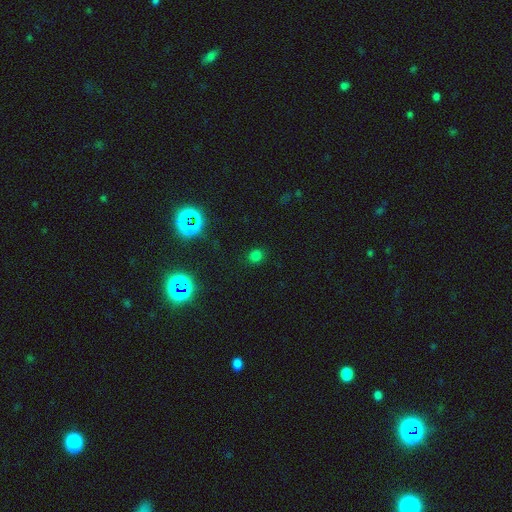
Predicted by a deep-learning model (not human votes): Smooth or featured? smooth (69%)
How rounded? round (82%)
Merging? none (87%)